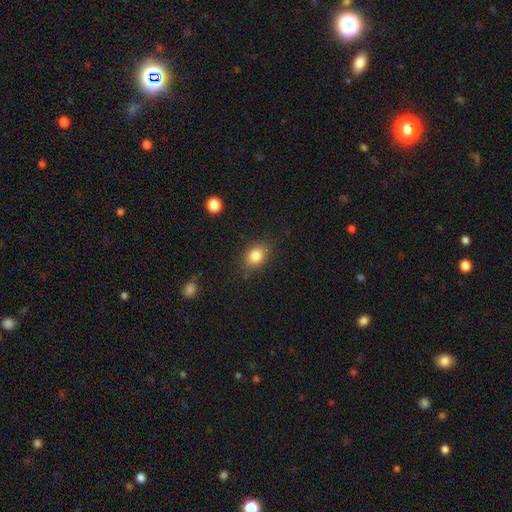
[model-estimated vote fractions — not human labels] This appears to be a smooth galaxy with no disk features (83%) that is in between round and cigar-shaped (55%). Merging: none (82%).